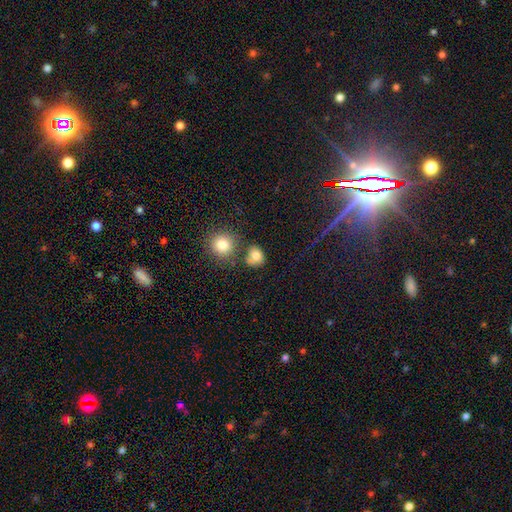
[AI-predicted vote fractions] smooth-or-featured: smooth: 79% | star or artifact: 12% | featured or disk: 9%
  how-rounded: round: 71% | in between: 28% | cigar-shaped: 1%
  merging: none: 60% | merger: 19% | minor disturbance: 15% | major disturbance: 6%